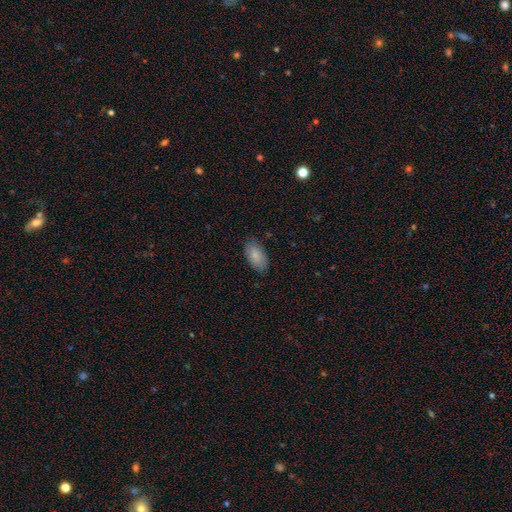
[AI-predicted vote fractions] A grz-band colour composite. It shows a smooth galaxy with no disk features (84%) that is in between round and cigar-shaped (95%). Merging: none (82%).